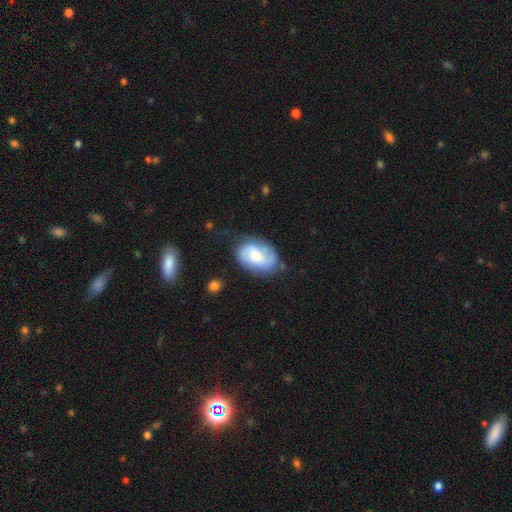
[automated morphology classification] Smooth or featured? Predicted: featured or disk (p=0.61). Edge-on disk? Predicted: no (p=0.97). Bar? Predicted: no (p=0.57). Spiral arms? Predicted: yes (p=0.89). Spiral winding? Predicted: medium (p=0.44). Spiral arm count? Predicted: 2 (p=0.68). Bulge size? Predicted: moderate (p=0.47). Merging? Predicted: none (p=0.66).